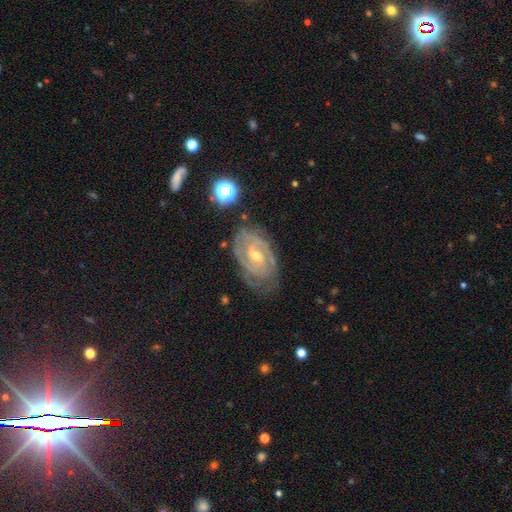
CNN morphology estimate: featured or disk 89%, star or artifact 6%, smooth 5%. Down the decision tree: edge-on disk — no (97%); bar — weak (44%); spiral arms — yes (97%); spiral arm count — 2 (54%); spiral winding — tight (73%); bulge size — small (56%); merging — none (74%).